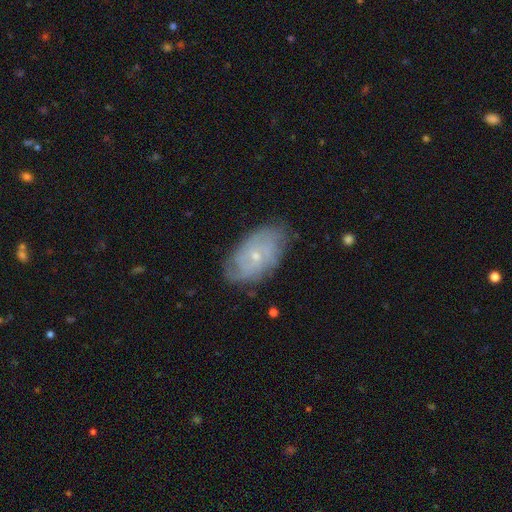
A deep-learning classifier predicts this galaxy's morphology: A featured or disk galaxy (67%) with no bar (78%), tight (59%) spiral arms (84%) and a small central bulge (76%). Merging: none (74%).